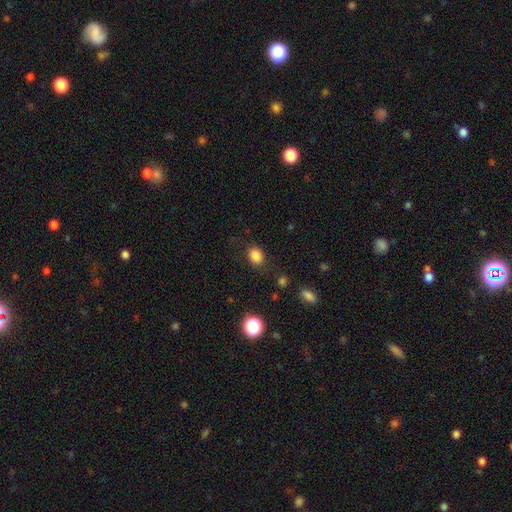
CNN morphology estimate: Smooth or featured?
  - smooth: 84% *
  - star or artifact: 11%
  - featured or disk: 5%
How rounded?
  - in between: 53% *
  - round: 46%
  - cigar-shaped: 1%
Merging?
  - none: 82% *
  - minor disturbance: 12%
  - major disturbance: 4%
  - merger: 2%